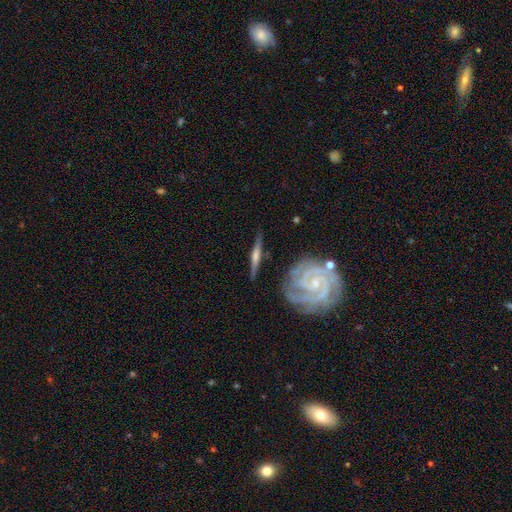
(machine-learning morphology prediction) type=featured or disk (77%); edge-on=yes (76%); edge-on bulge=rounded (70%); merging=none (79%).